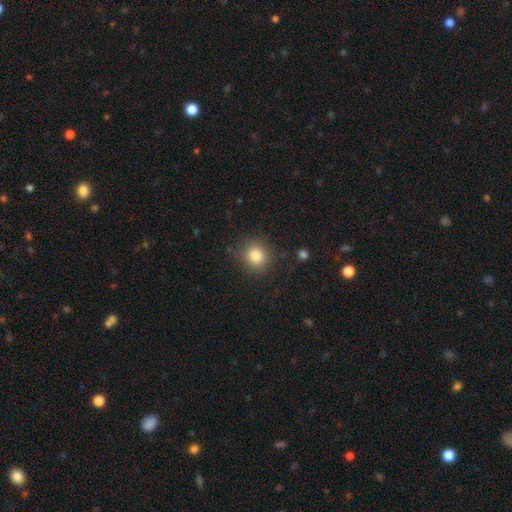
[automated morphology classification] Q: Smooth or featured?
A: smooth (83%); runner-up: star or artifact (11%)
Q: How rounded?
A: round (86%); runner-up: in between (13%)
Q: Merging?
A: none (86%); runner-up: minor disturbance (9%)